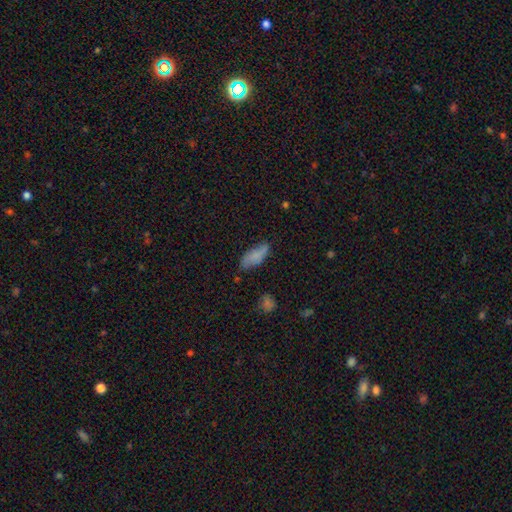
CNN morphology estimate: Overall: smooth (76%). How rounded: in between (76%). Merging: none (64%; minor disturbance 26%).